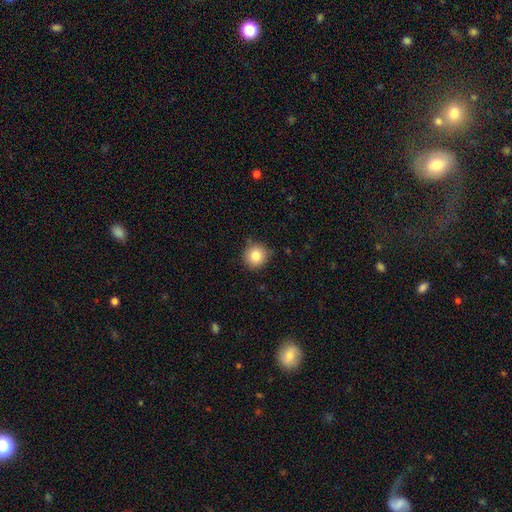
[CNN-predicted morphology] This appears to be a smooth galaxy with no disk features (83%) that is round (93%). Merging: none (86%).